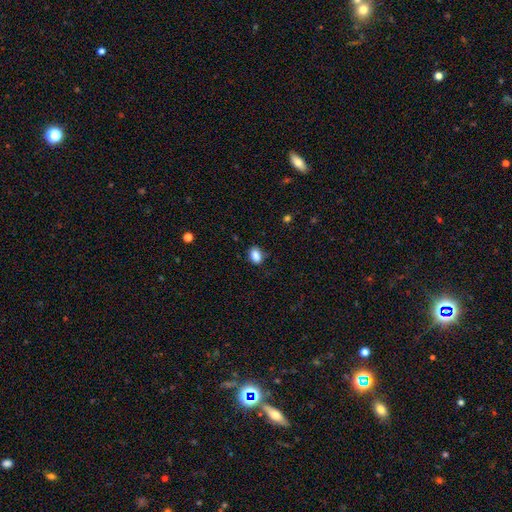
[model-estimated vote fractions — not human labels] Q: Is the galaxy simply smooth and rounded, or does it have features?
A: smooth — 87%.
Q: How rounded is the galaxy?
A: in between — 79%.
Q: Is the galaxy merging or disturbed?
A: none — 78%.